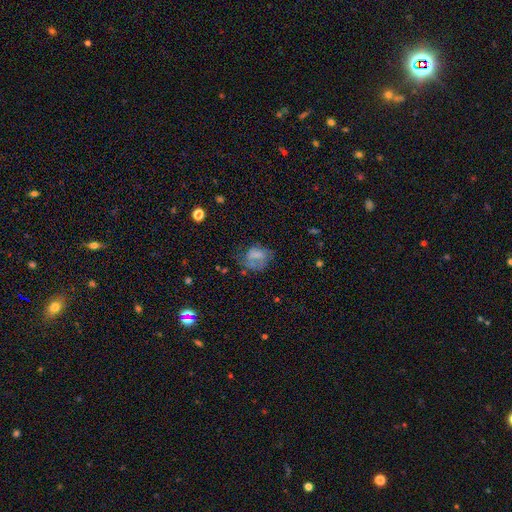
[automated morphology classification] This appears to be a smooth galaxy with no disk features (53%) that is in between round and cigar-shaped (59%). Merging: major disturbance (35%).